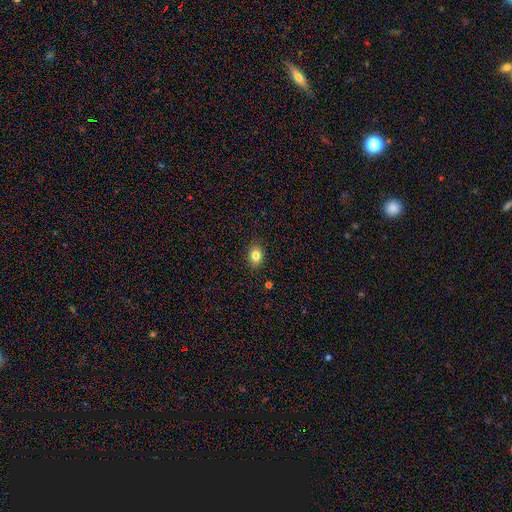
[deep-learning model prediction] This appears to be a smooth galaxy with no disk features (82%) that is in between round and cigar-shaped (68%). Merging: none (88%).